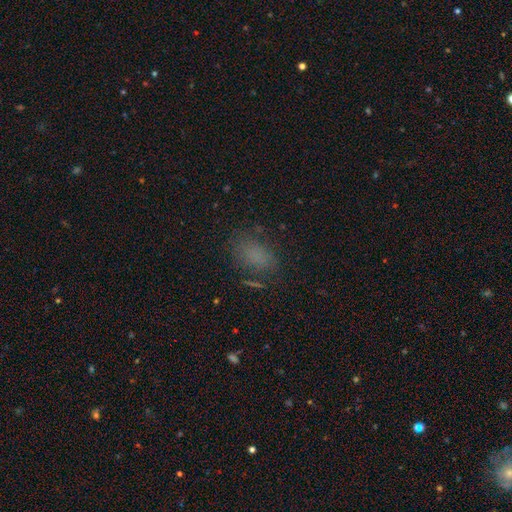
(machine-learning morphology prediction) Q: Smooth or featured?
A: smooth (72%); runner-up: star or artifact (17%)
Q: How rounded?
A: in between (84%); runner-up: round (13%)
Q: Merging?
A: none (68%); runner-up: minor disturbance (18%)